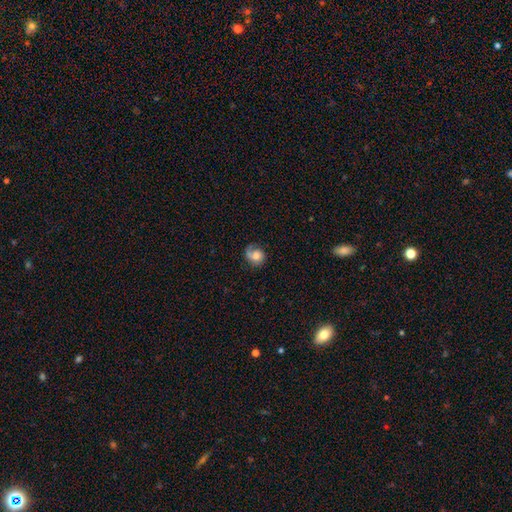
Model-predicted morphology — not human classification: This appears to be a smooth galaxy with no disk features (55%) that is round (72%). Merging: none (55%).